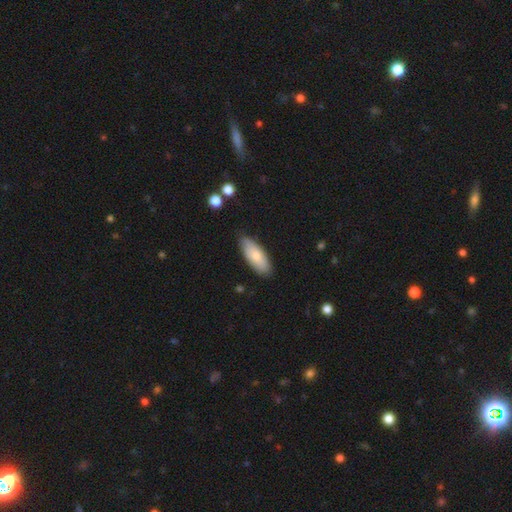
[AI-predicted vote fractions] A smooth galaxy with no disk features (75%) that is in between round and cigar-shaped (79%).

Vote fractions:
- Smooth or featured? smooth: 75% / featured or disk: 20% / star or artifact: 6%
- How rounded? in between: 79% / cigar-shaped: 19% / round: 2%
- Merging? none: 82% / minor disturbance: 14% / major disturbance: 2% / merger: 1%